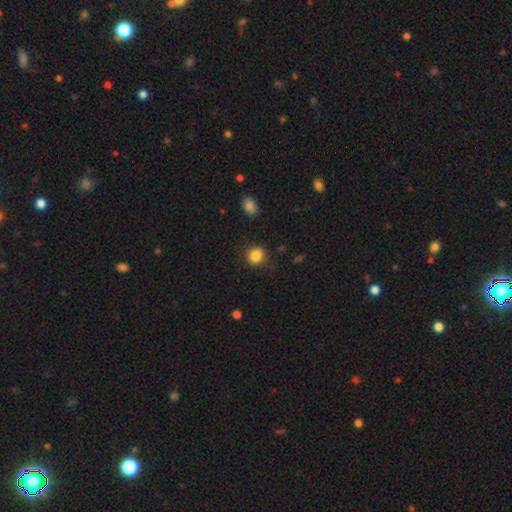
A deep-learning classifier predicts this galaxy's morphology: smooth-or-featured: smooth: 85% | star or artifact: 10% | featured or disk: 4%
  how-rounded: round: 79% | in between: 20% | cigar-shaped: 1%
  merging: none: 84% | minor disturbance: 11% | major disturbance: 3% | merger: 2%